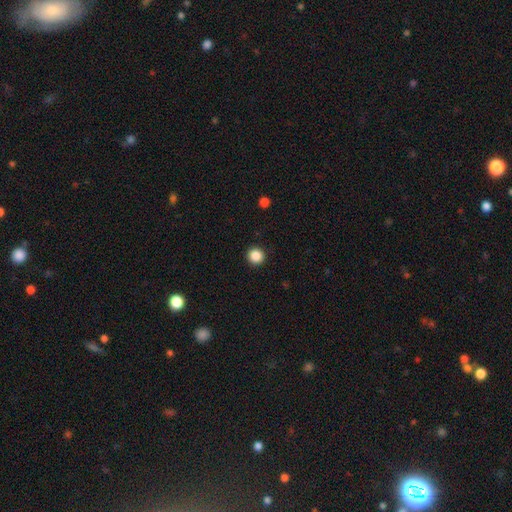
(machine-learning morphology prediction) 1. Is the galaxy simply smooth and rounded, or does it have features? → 87% smooth, 10% star or artifact, 3% featured or disk.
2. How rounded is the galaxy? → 95% round, 4% in between, 1% cigar-shaped.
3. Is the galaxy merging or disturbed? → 93% none, 4% minor disturbance, 2% major disturbance, 1% merger.